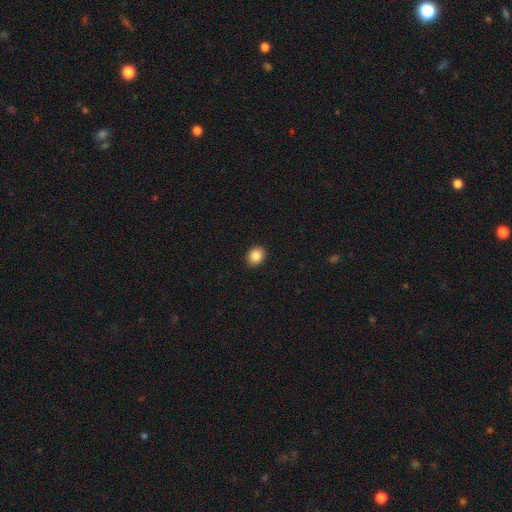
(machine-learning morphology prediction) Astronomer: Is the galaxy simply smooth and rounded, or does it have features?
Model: smooth — 86%.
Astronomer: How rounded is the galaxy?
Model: round — 62% (runner-up: in between, 37%).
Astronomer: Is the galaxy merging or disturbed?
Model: none — 92%.